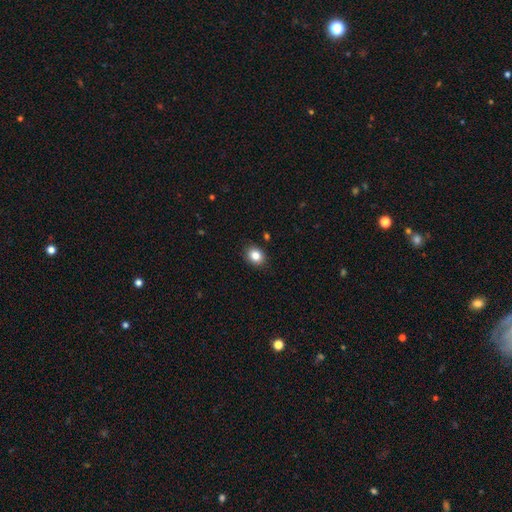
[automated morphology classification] Smooth or featured? Predicted: smooth (p=0.84). How rounded? Predicted: in between (p=0.53). Merging? Predicted: none (p=0.88).